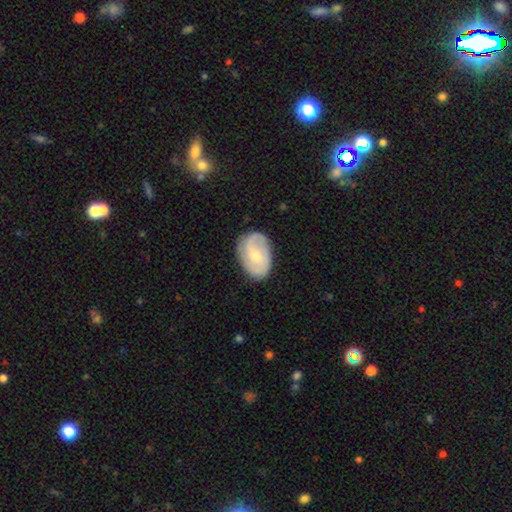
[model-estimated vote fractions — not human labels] Smooth or featured? featured or disk (61%)
Edge-on disk? no (97%)
Bar? no (57%)
Spiral arms? yes (87%)
Spiral winding? medium (43%)
Spiral arm count? 2 (65%)
Bulge size? small (52%)
Merging? none (78%)